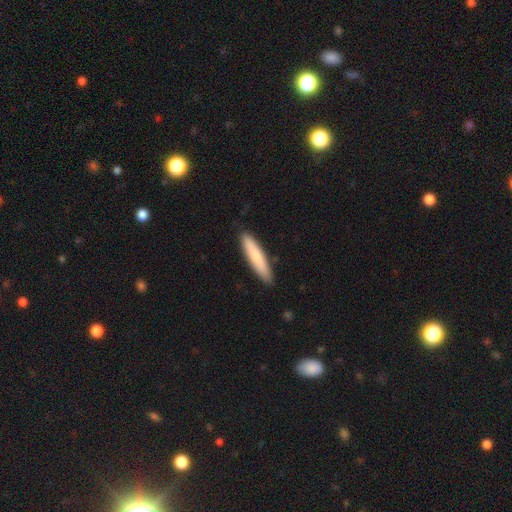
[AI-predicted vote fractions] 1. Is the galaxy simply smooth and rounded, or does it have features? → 78% smooth, 17% featured or disk, 5% star or artifact.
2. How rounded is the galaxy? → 88% cigar-shaped, 11% in between, 1% round.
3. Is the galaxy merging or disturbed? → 88% none, 9% minor disturbance, 1% major disturbance, 1% merger.